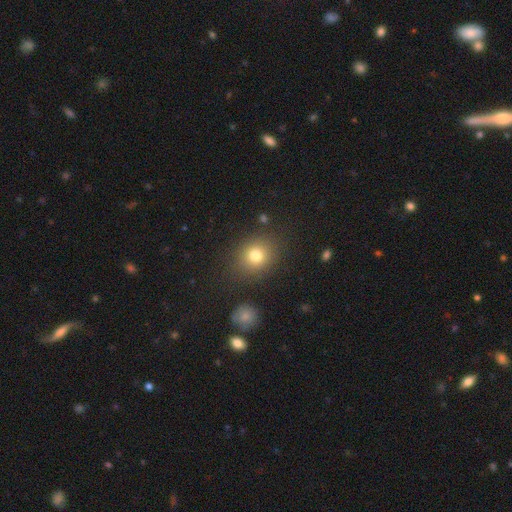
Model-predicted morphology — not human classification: smooth 79%, star or artifact 13%, featured or disk 8%. Down the decision tree: how rounded — round (65%); merging — none (81%).